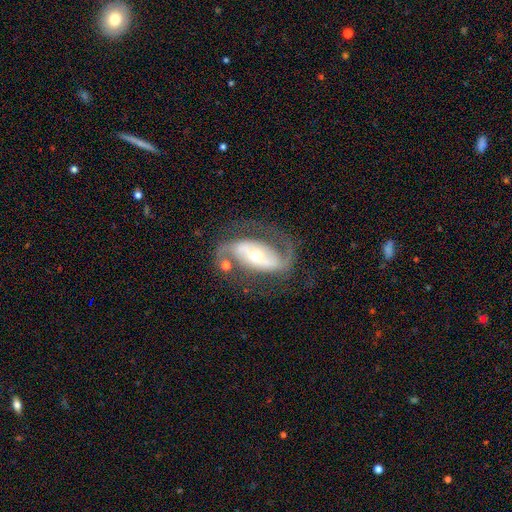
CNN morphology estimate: Smooth or featured: featured or disk — 89% (smooth — 6%)
Edge-on disk: no — 96% (yes — 4%)
Bar: strong — 49% (weak — 29%)
Spiral arms: yes — 95% (no — 5%)
Spiral winding: medium — 49% (loose — 36%)
Spiral arm count: 2 — 90% (1 — 4%)
Bulge size: moderate — 52% (small — 41%)
Merging: none — 69% (minor disturbance — 15%)